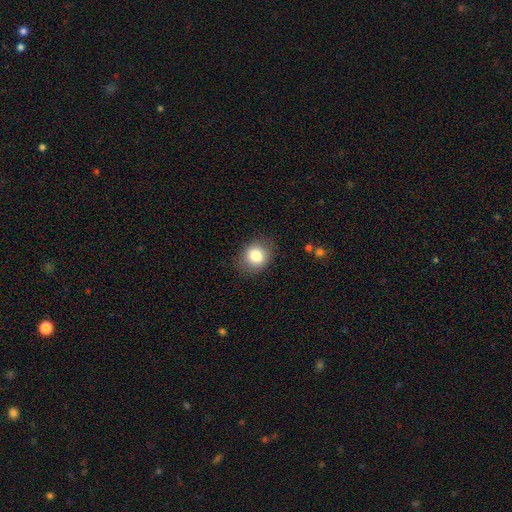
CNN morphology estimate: smooth 82%, star or artifact 9%, featured or disk 8%. Down the decision tree: how rounded — round (67%); merging — none (83%).